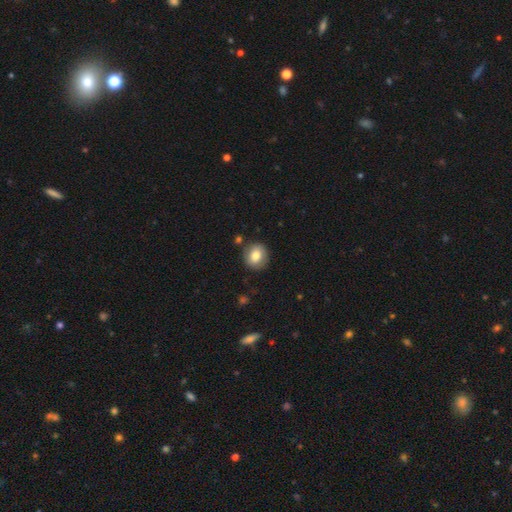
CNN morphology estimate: The model was most divided on "how rounded": round: 81%, in between: 18%, cigar-shaped: 1%. More confident: merging — none (84%); smooth or featured — smooth (79%).